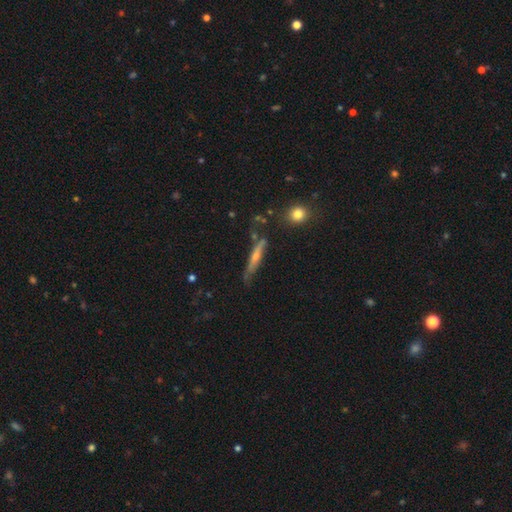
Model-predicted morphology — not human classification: A featured or disk galaxy (60%) viewed edge-on (90%) with a rounded central bulge (70%).

Vote fractions:
- Smooth or featured? featured or disk: 60% / smooth: 32% / star or artifact: 9%
- Edge-on disk? yes: 90% / no: 10%
- Edge-on bulge? rounded: 70% / none: 24% / boxy: 6%
- Merging? none: 69% / minor disturbance: 21% / major disturbance: 6% / merger: 4%